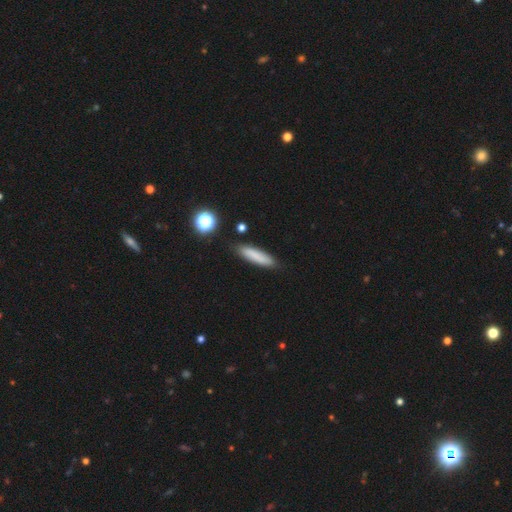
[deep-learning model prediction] A smooth galaxy with no disk features (81%) that is cigar-shaped (78%). Merging: none (85%).